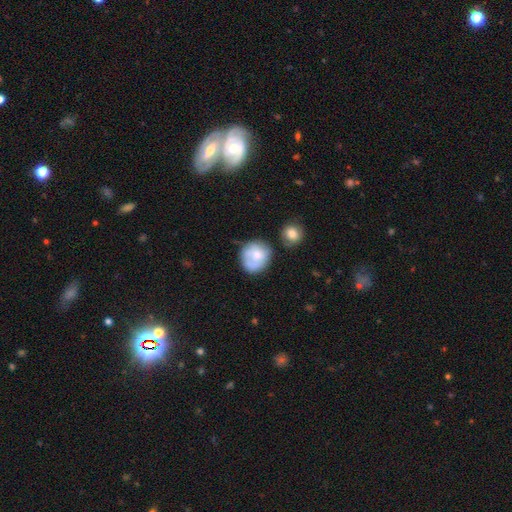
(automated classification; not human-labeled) The model was most divided on "smooth or featured": smooth: 61%, featured or disk: 32%, star or artifact: 7%. More confident: how rounded — round (80%); merging — none (55%).